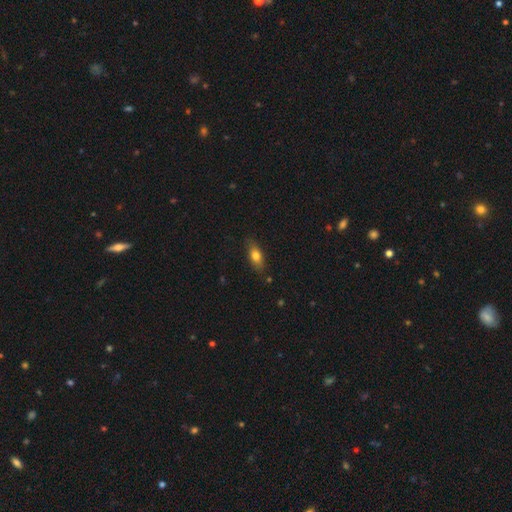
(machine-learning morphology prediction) Smooth or featured? Predicted: smooth (p=0.76). How rounded? Predicted: in between (p=0.79). Merging? Predicted: none (p=0.80).